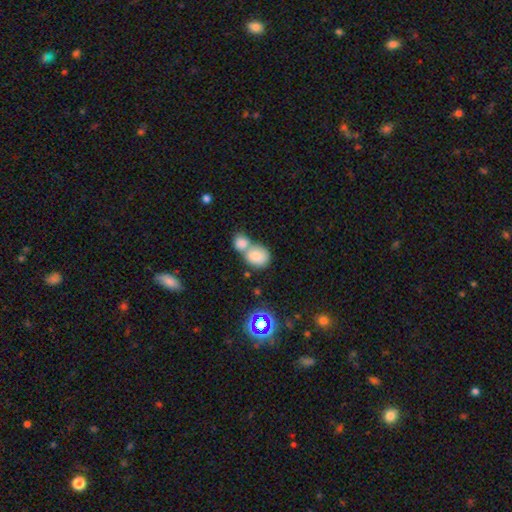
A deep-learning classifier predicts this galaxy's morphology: This appears to be a smooth galaxy with no disk features (82%) that is round (52%). Merging: merger (67%).